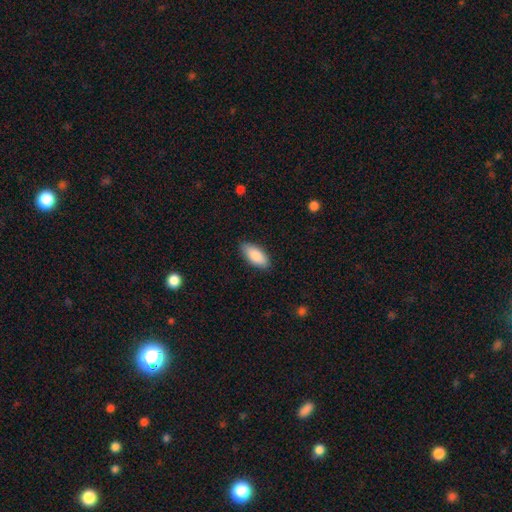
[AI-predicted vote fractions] This appears to be a smooth galaxy with no disk features (88%) that is in between round and cigar-shaped (88%). Merging: none (85%).